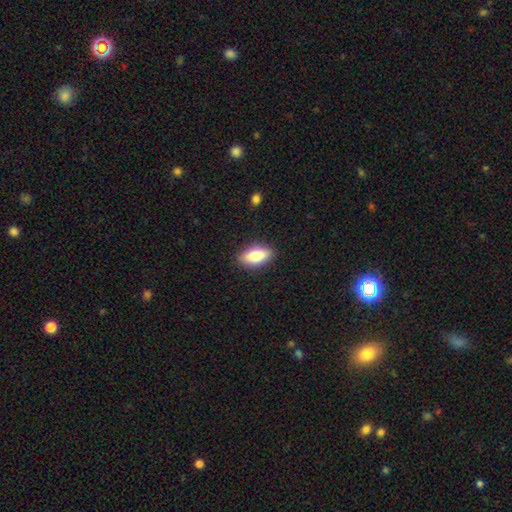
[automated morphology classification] Q: Smooth or featured?
A: smooth (79%); runner-up: featured or disk (14%)
Q: How rounded?
A: in between (86%); runner-up: cigar-shaped (9%)
Q: Merging?
A: none (87%); runner-up: minor disturbance (9%)